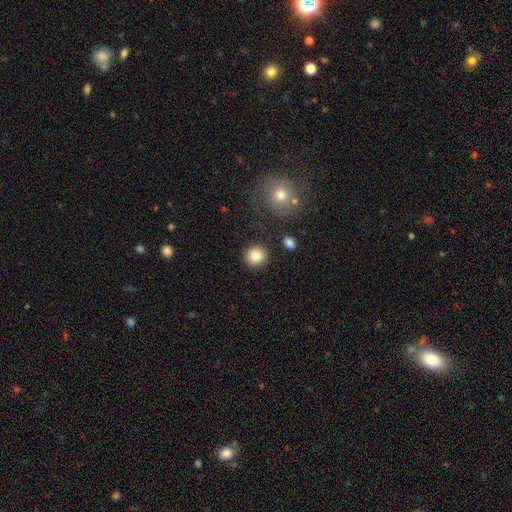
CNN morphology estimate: A smooth galaxy with no disk features (86%) that is round (94%). Merging: none (88%).